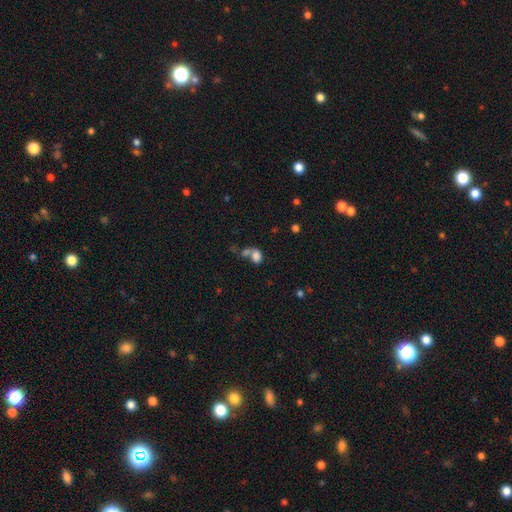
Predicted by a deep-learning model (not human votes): smooth_or_featured: smooth (p=0.78) [alt: star or artifact p=0.12]
how_rounded: in between (p=0.72) [alt: round p=0.26]
merging: merger (p=0.50) [alt: none p=0.31]